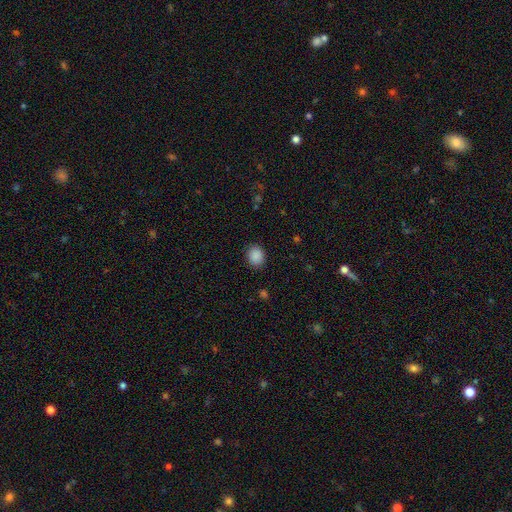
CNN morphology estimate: This appears to be a smooth galaxy with no disk features (88%) that is round (59%). Merging: none (88%).